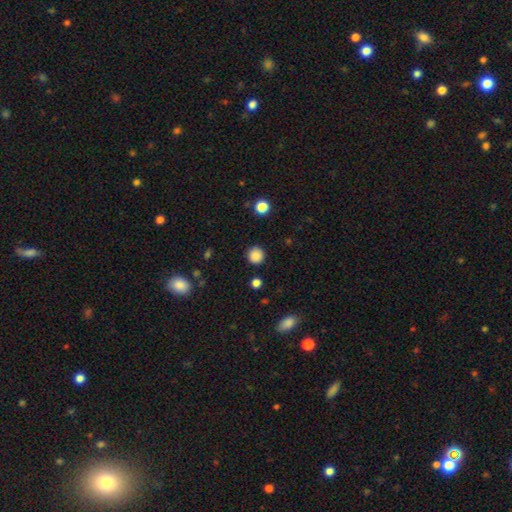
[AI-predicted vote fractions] Smooth or featured? Predicted: smooth (p=0.86). How rounded? Predicted: round (p=0.93). Merging? Predicted: none (p=0.90).